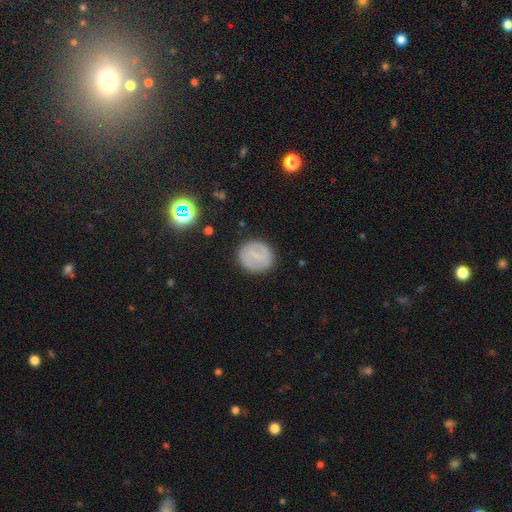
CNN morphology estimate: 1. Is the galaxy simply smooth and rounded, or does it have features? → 56% smooth, 34% featured or disk, 10% star or artifact.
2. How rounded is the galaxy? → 87% round, 12% in between, 1% cigar-shaped.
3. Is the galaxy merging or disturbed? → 87% none, 9% minor disturbance, 3% major disturbance, 1% merger.